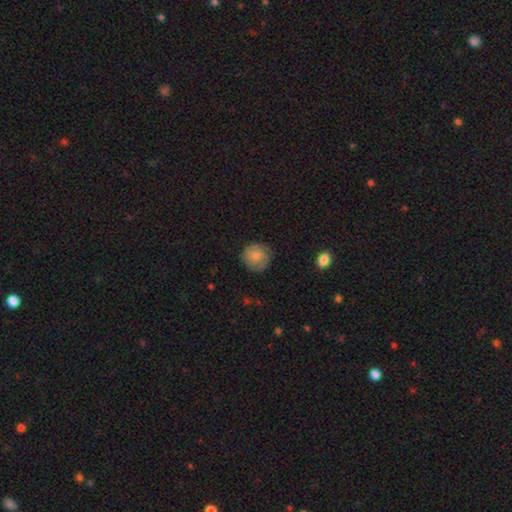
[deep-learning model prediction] Morphology: type=smooth (54%); roundness=round (88%); merging=none (81%).